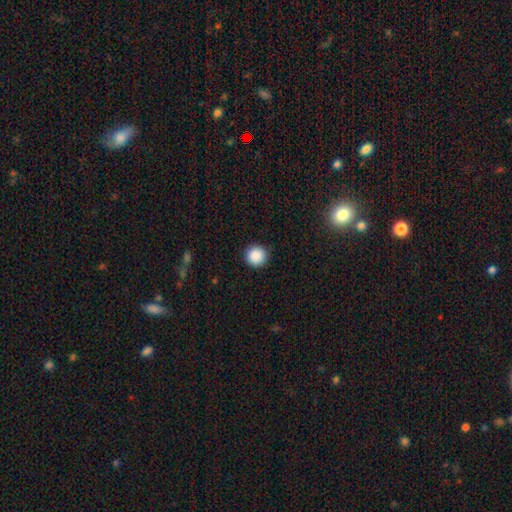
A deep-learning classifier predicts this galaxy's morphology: This is clearly a smooth galaxy (89%). How rounded: clearly round (95%). Merging: clearly none (91%).